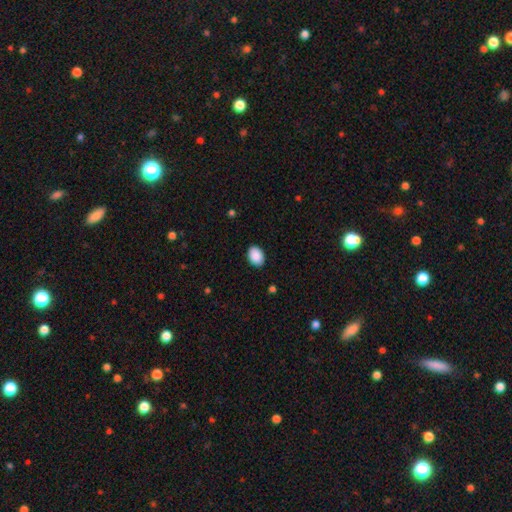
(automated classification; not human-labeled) Smooth or featured?
  - smooth: 90% *
  - star or artifact: 6%
  - featured or disk: 3%
How rounded?
  - in between: 81% *
  - round: 18%
  - cigar-shaped: 1%
Merging?
  - none: 88% *
  - minor disturbance: 9%
  - major disturbance: 2%
  - merger: 1%